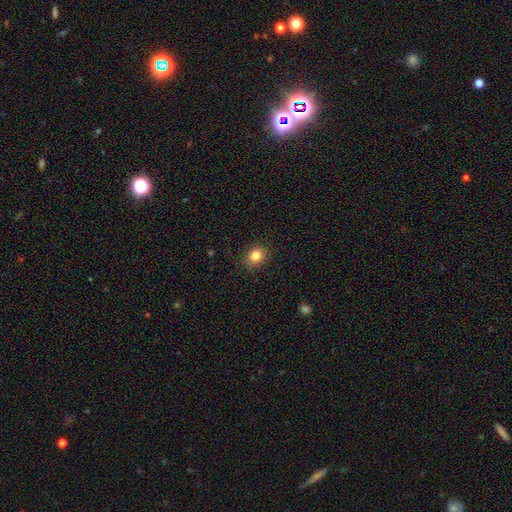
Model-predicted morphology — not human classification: Smooth or featured? smooth (83%)
How rounded? round (62%)
Merging? none (87%)